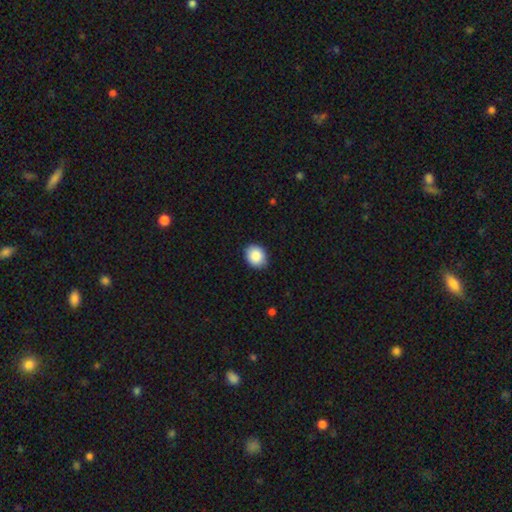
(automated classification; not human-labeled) A smooth galaxy with no disk features (89%) that is round (55%). Merging: none (86%).